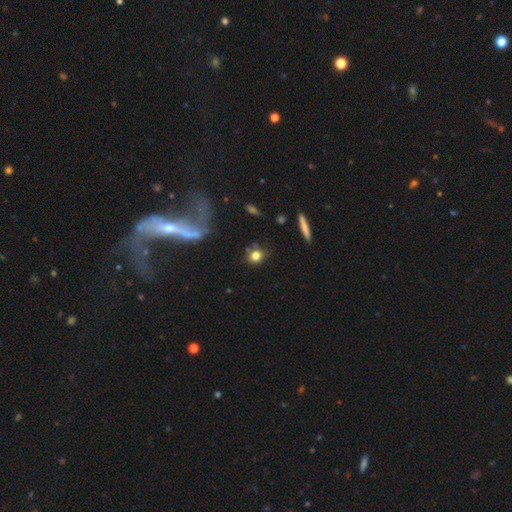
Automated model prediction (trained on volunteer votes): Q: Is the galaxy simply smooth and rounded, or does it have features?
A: smooth — 78%.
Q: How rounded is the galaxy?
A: round — 75%.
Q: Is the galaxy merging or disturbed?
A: none — 72%.